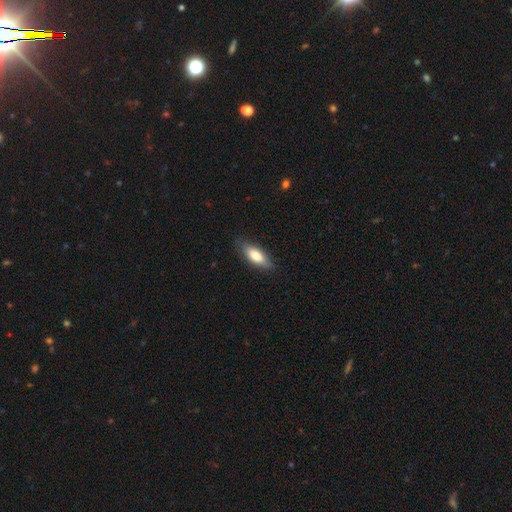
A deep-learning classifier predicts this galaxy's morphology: Smooth or featured? Predicted: smooth (p=0.78). How rounded? Predicted: in between (p=0.73). Merging? Predicted: none (p=0.82).